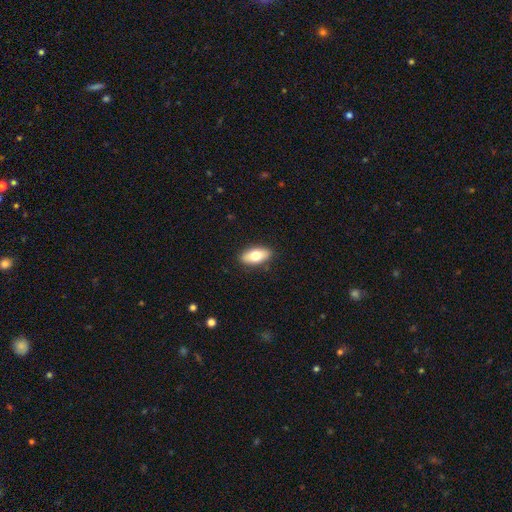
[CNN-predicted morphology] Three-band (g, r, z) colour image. It shows a smooth galaxy with no disk features (74%) that is in between round and cigar-shaped (87%). Merging: none (89%).